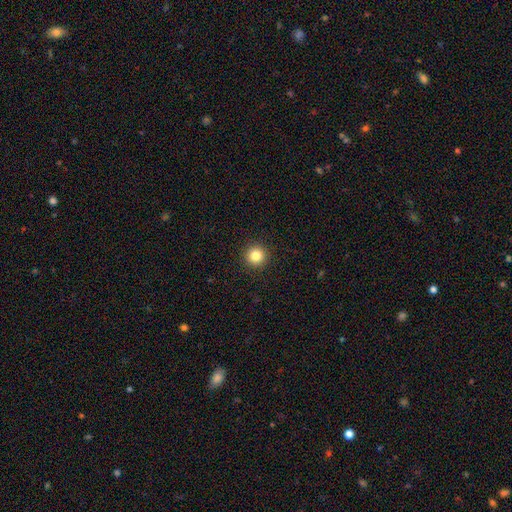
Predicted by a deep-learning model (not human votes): The model was most divided on "smooth or featured": smooth: 83%, star or artifact: 11%, featured or disk: 5%. More confident: how rounded — round (96%); merging — none (93%).